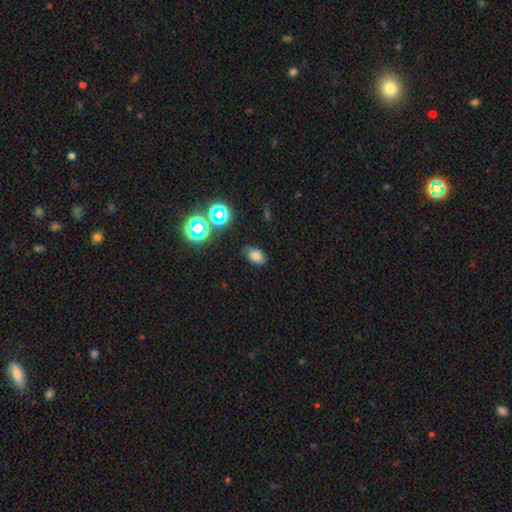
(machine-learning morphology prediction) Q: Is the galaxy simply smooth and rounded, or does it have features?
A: smooth — 72%.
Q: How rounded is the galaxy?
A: in between — 85%.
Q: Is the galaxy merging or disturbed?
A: none — 81%.